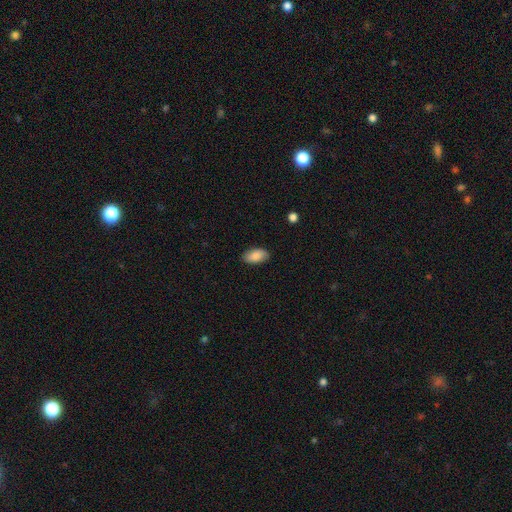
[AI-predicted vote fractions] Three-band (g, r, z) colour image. It shows a smooth galaxy with no disk features (84%) that is in between round and cigar-shaped (95%). Merging: none (85%).